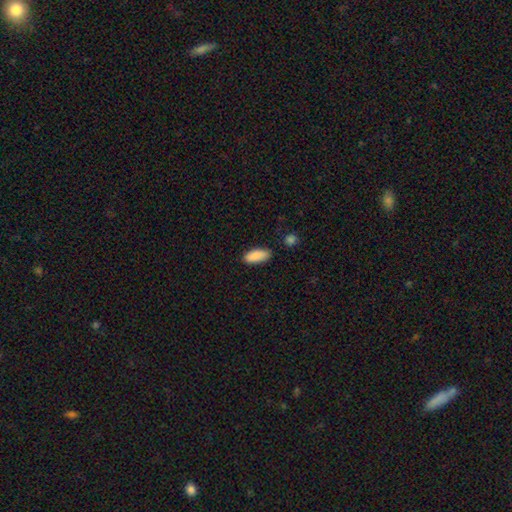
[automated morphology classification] Q: Smooth or featured?
A: smooth (90%); runner-up: star or artifact (6%)
Q: How rounded?
A: in between (83%); runner-up: cigar-shaped (15%)
Q: Merging?
A: none (84%); runner-up: minor disturbance (12%)